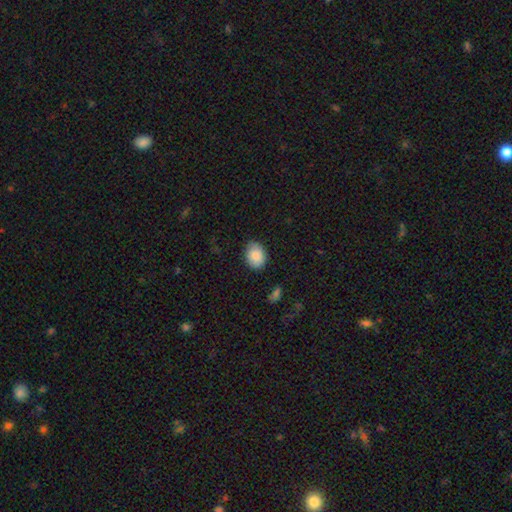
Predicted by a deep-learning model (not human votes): Overall: smooth (86%). How rounded: in between (72%). Merging: none (83%).